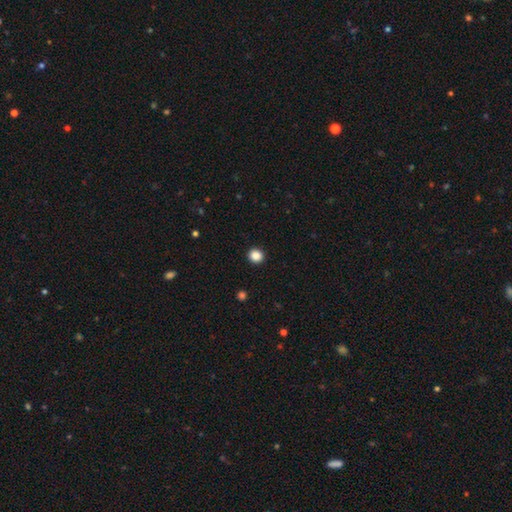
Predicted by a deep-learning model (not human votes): A smooth galaxy with no disk features (87%) that is round (92%). Merging: none (93%).